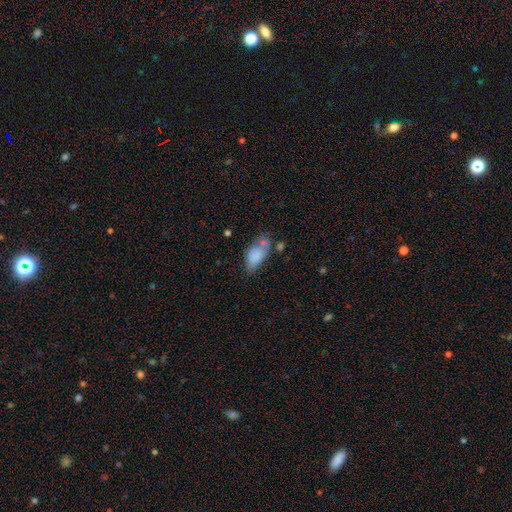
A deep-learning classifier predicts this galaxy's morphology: Smooth or featured?
  - smooth: 79% *
  - featured or disk: 13%
  - star or artifact: 8%
How rounded?
  - in between: 90% *
  - round: 6%
  - cigar-shaped: 5%
Merging?
  - none: 39% *
  - merger: 27%
  - minor disturbance: 23%
  - major disturbance: 10%